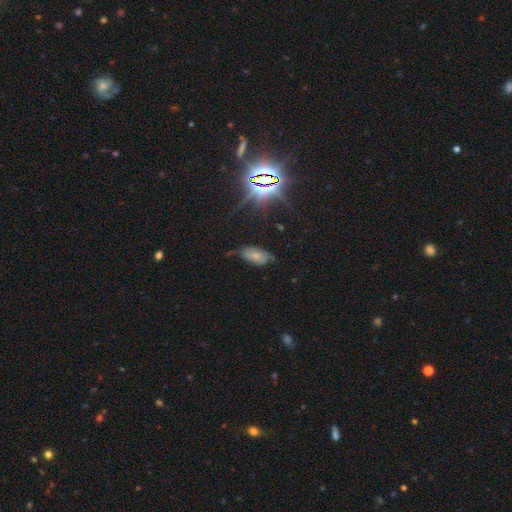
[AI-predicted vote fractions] A smooth galaxy with no disk features (56%) that is in between round and cigar-shaped (92%).

Vote fractions:
- Smooth or featured? smooth: 56% / featured or disk: 24% / star or artifact: 20%
- How rounded? in between: 92% / cigar-shaped: 4% / round: 4%
- Merging? none: 53% / minor disturbance: 34% / major disturbance: 11% / merger: 3%